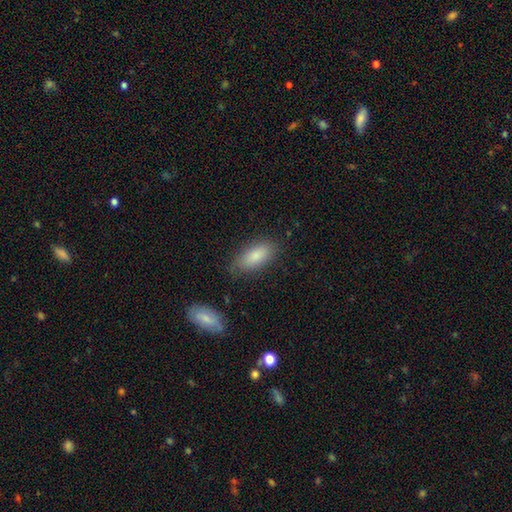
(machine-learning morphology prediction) Smooth or featured?
  - smooth: 84% *
  - featured or disk: 10%
  - star or artifact: 7%
How rounded?
  - in between: 82% *
  - cigar-shaped: 15%
  - round: 2%
Merging?
  - none: 79% *
  - minor disturbance: 15%
  - major disturbance: 4%
  - merger: 2%